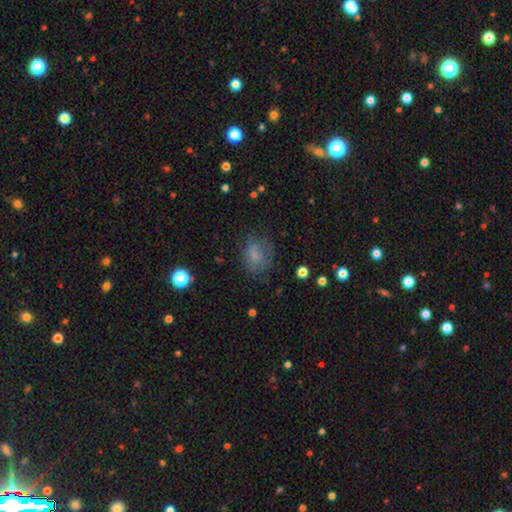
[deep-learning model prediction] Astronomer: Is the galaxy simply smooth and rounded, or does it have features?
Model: smooth — 70%.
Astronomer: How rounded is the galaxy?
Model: round — 53% (runner-up: in between, 45%).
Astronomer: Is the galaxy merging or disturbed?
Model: none — 57%.